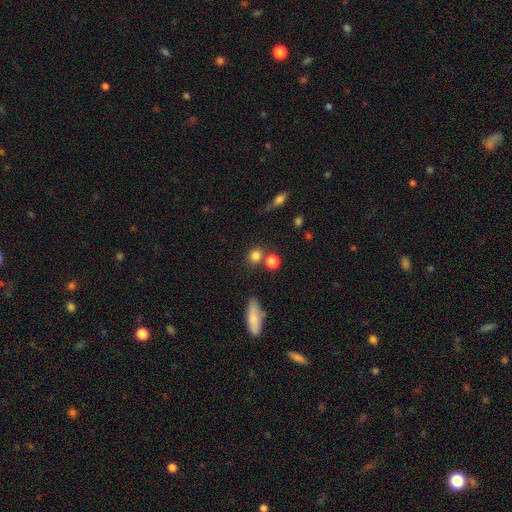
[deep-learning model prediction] smooth_or_featured: smooth (p=0.81) [alt: star or artifact p=0.13]
how_rounded: round (p=0.78) [alt: in between p=0.20]
merging: none (p=0.68) [alt: merger p=0.18]